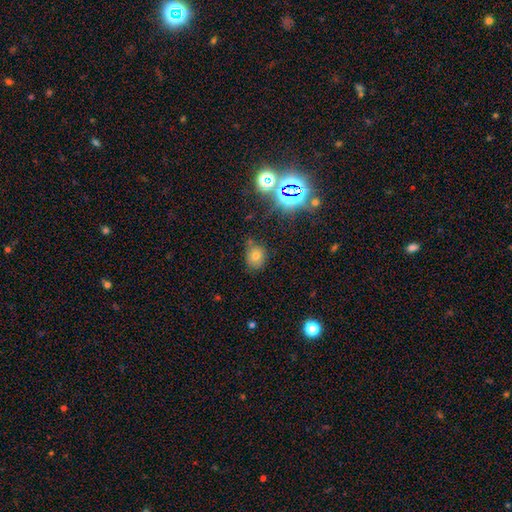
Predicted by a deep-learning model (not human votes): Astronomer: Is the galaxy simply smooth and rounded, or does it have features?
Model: smooth — 69%.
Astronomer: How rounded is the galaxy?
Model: round — 59% (runner-up: in between, 40%).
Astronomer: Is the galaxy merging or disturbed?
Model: none — 68%.